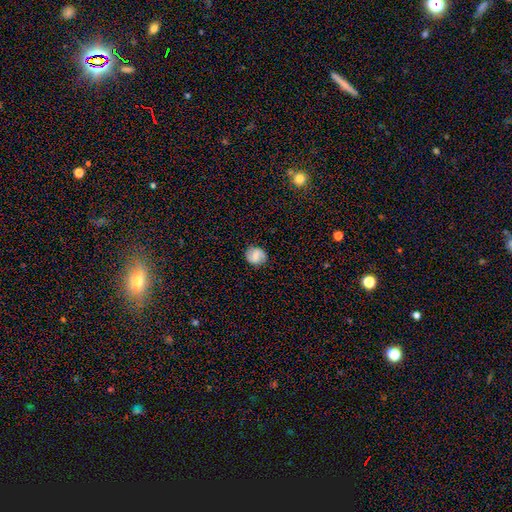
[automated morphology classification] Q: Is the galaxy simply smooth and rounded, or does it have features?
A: smooth — 52%.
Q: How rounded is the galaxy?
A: round — 80%.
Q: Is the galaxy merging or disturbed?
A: none — 86%.